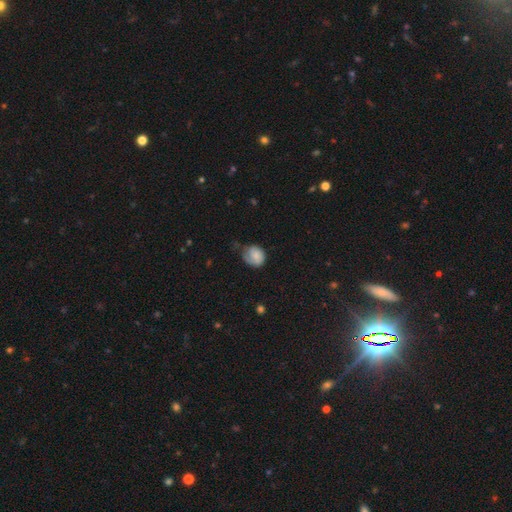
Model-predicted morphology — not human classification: This is likely a smooth galaxy (63%). How rounded: possibly round (60%). Merging: marginally none (43%).